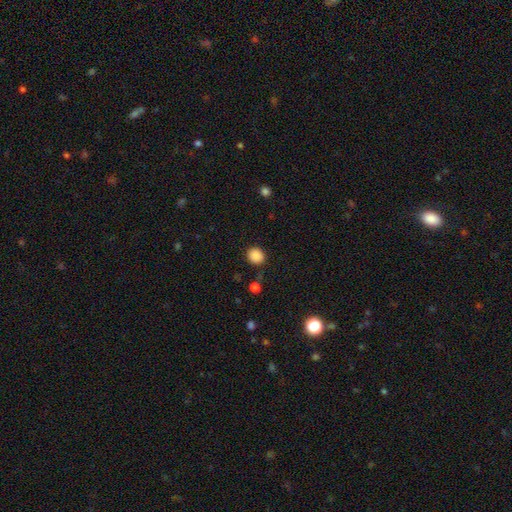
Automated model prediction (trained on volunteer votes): smooth-or-featured: smooth: 87% | star or artifact: 10% | featured or disk: 3%
  how-rounded: round: 78% | in between: 21% | cigar-shaped: 1%
  merging: none: 84% | minor disturbance: 10% | major disturbance: 3% | merger: 3%